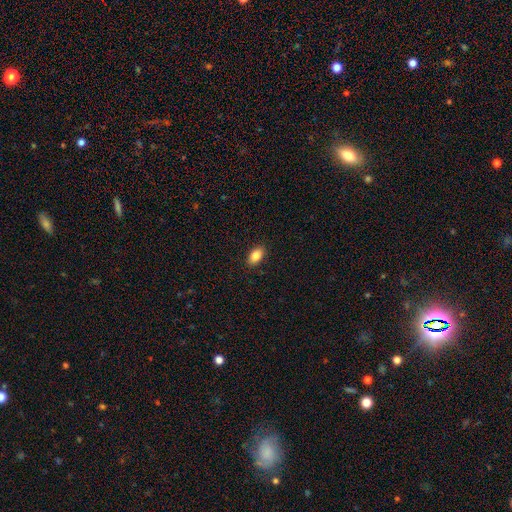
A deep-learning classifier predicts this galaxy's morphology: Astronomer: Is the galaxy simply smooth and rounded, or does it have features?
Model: smooth — 84%.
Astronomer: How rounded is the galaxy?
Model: in between — 91%.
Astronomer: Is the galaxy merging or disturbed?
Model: none — 90%.